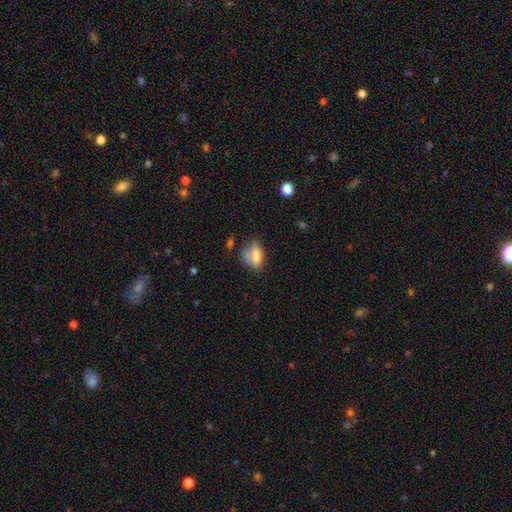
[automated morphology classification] Q: Smooth or featured?
A: smooth (69%); runner-up: featured or disk (21%)
Q: How rounded?
A: in between (77%); runner-up: cigar-shaped (12%)
Q: Merging?
A: none (42%); runner-up: minor disturbance (27%)